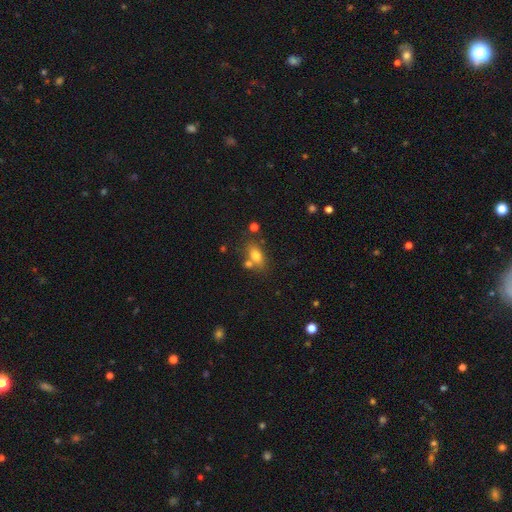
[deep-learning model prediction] smooth 75%, featured or disk 15%, star or artifact 10%. Down the decision tree: how rounded — in between (81%); merging — none (62%).